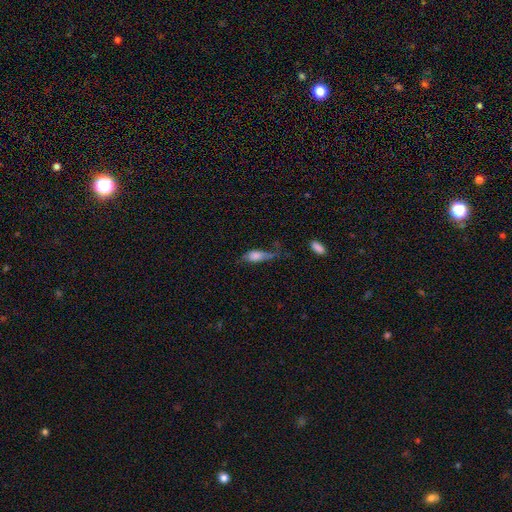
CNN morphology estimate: This appears to be a smooth galaxy with no disk features (67%) that is in between round and cigar-shaped (76%). Merging: major disturbance (34%).